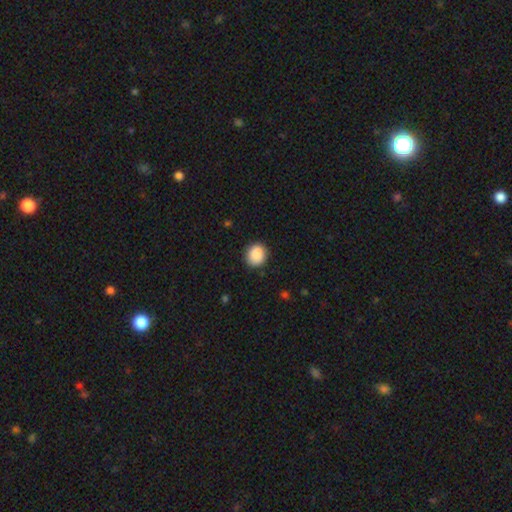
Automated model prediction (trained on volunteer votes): A smooth galaxy with no disk features (89%) that is round (78%). Merging: none (85%).